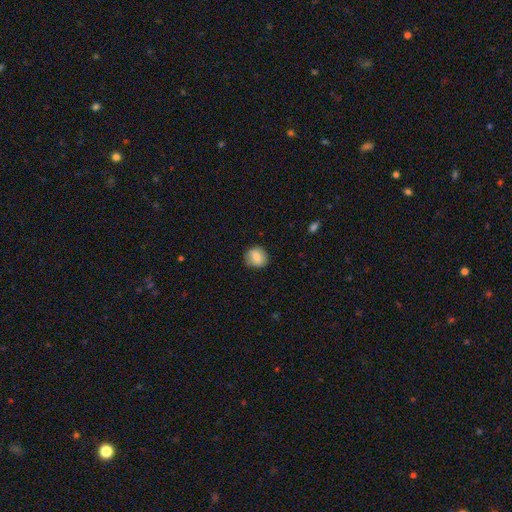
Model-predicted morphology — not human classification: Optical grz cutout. It shows a smooth galaxy with no disk features (78%) that is round (84%). Merging: none (83%).